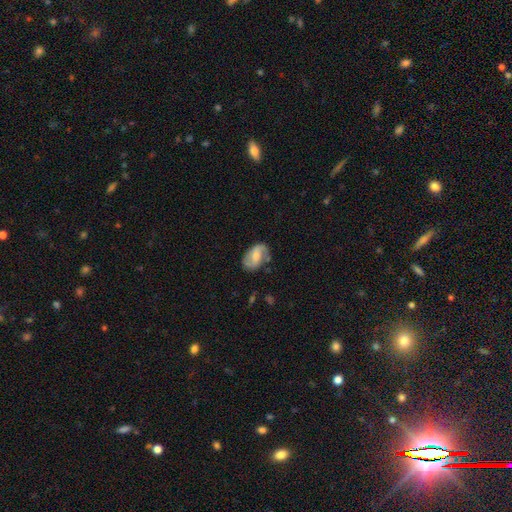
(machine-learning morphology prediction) Smooth or featured: featured or disk — 65% (smooth — 28%)
Edge-on disk: no — 97% (yes — 3%)
Bar: weak — 47% (no — 28%)
Spiral arms: yes — 89% (no — 11%)
Spiral winding: medium — 45% (loose — 34%)
Spiral arm count: 2 — 85% (can't tell — 7%)
Bulge size: moderate — 45% (small — 36%)
Merging: none — 68% (minor disturbance — 22%)